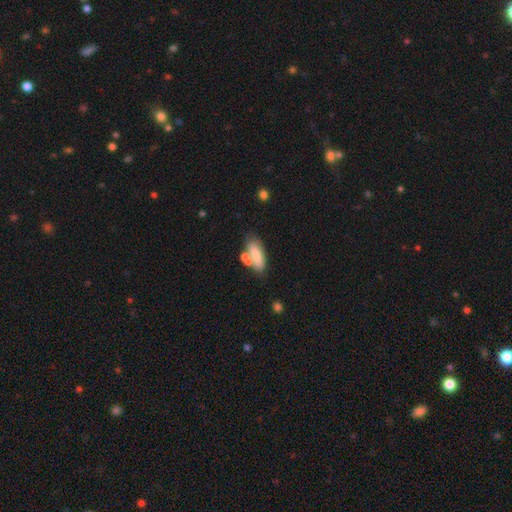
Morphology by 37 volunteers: Smooth or featured? 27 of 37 (73%) said smooth. How rounded? 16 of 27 (59%) said in between. Merging? 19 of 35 (54%) said none.